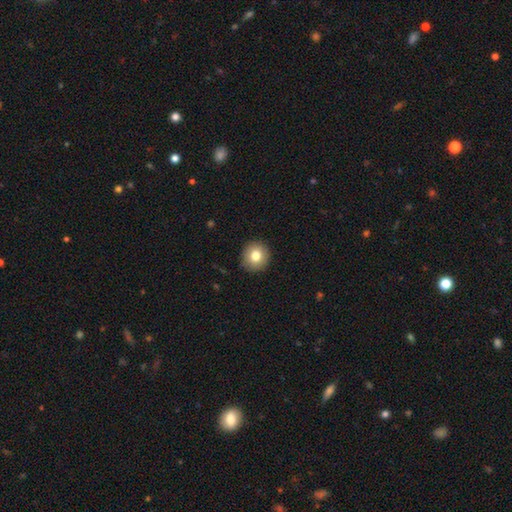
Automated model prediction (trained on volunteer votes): smooth-or-featured: smooth: 79% | featured or disk: 12% | star or artifact: 10%
  how-rounded: round: 91% | in between: 8% | cigar-shaped: 1%
  merging: none: 91% | minor disturbance: 6% | major disturbance: 2% | merger: 1%